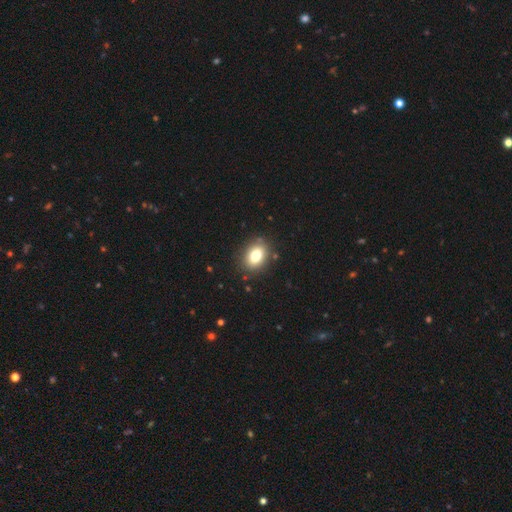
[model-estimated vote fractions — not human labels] This appears to be a smooth galaxy with no disk features (79%) that is in between round and cigar-shaped (74%). Merging: none (86%).